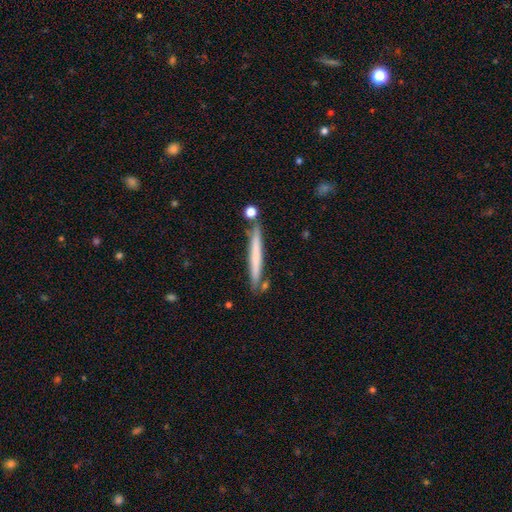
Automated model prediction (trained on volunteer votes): A smooth galaxy with no disk features (58%) that is cigar-shaped (97%). Merging: none (81%).